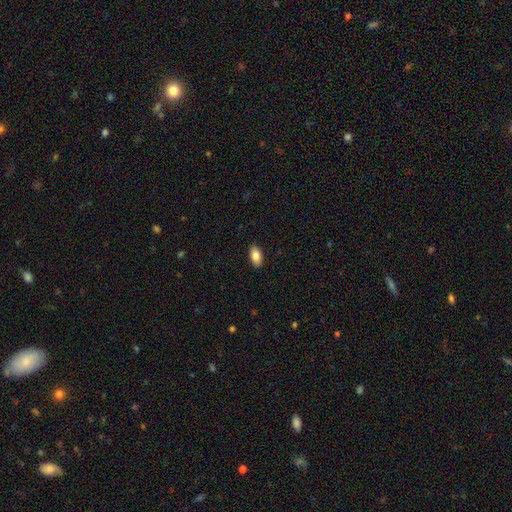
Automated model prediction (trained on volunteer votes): smooth_or_featured: smooth (p=0.84) [alt: featured or disk p=0.09]
how_rounded: in between (p=0.93) [alt: cigar-shaped p=0.04]
merging: none (p=0.89) [alt: minor disturbance p=0.08]